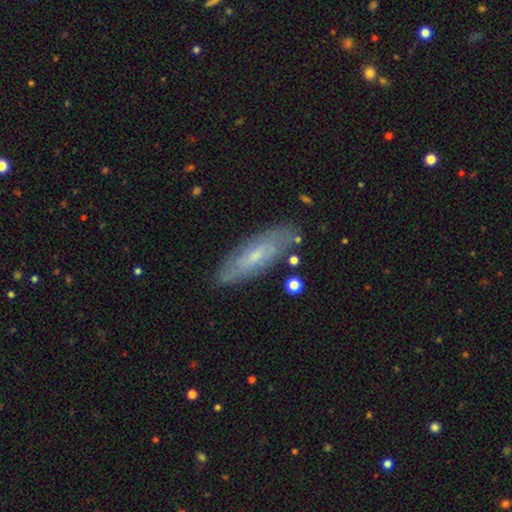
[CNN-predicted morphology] This is possibly a featured or disk galaxy (52%). It is likely not viewed edge-on (70%). Merging: clearly none (82%).